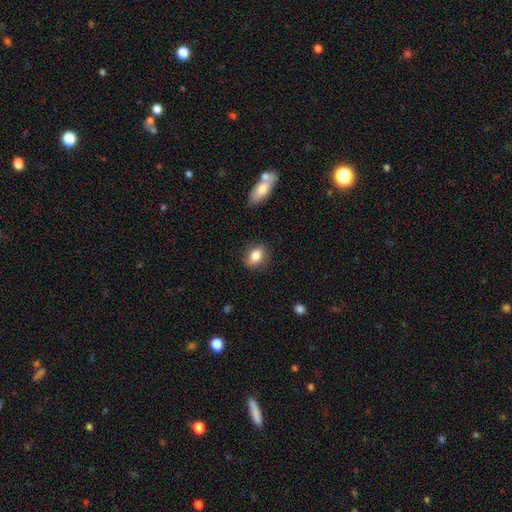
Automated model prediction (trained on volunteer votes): Smooth or featured?
  - smooth: 84% *
  - featured or disk: 9%
  - star or artifact: 8%
How rounded?
  - in between: 69% *
  - round: 29%
  - cigar-shaped: 2%
Merging?
  - none: 82% *
  - minor disturbance: 13%
  - major disturbance: 3%
  - merger: 1%